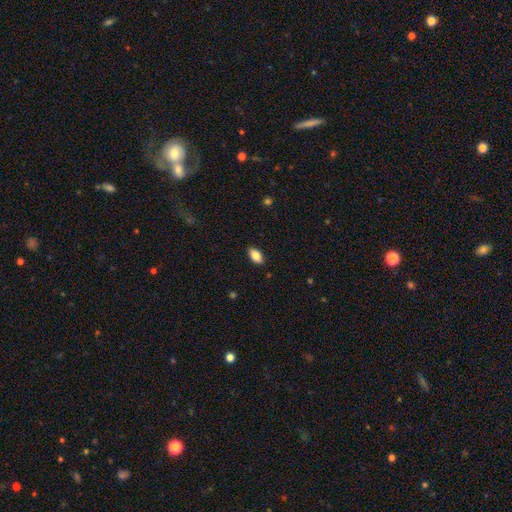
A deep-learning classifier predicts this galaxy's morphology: Smooth or featured: smooth — 82% (featured or disk — 11%)
How rounded: in between — 91% (cigar-shaped — 6%)
Merging: none — 88% (minor disturbance — 9%)